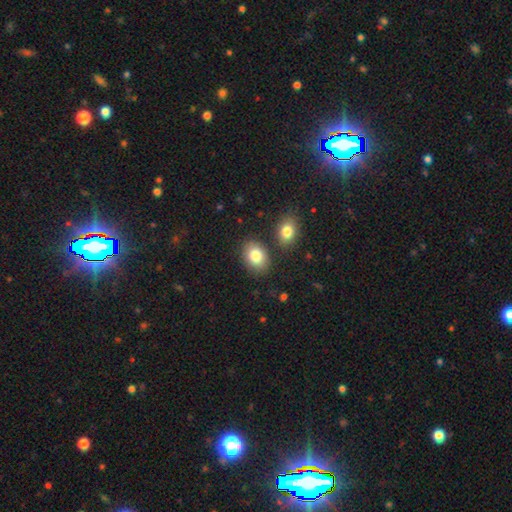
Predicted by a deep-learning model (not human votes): A smooth galaxy with no disk features (84%) that is in between round and cigar-shaped (76%).

Vote fractions:
- Smooth or featured? smooth: 84% / featured or disk: 8% / star or artifact: 7%
- How rounded? in between: 76% / round: 23% / cigar-shaped: 1%
- Merging? none: 80% / minor disturbance: 10% / merger: 7% / major disturbance: 3%